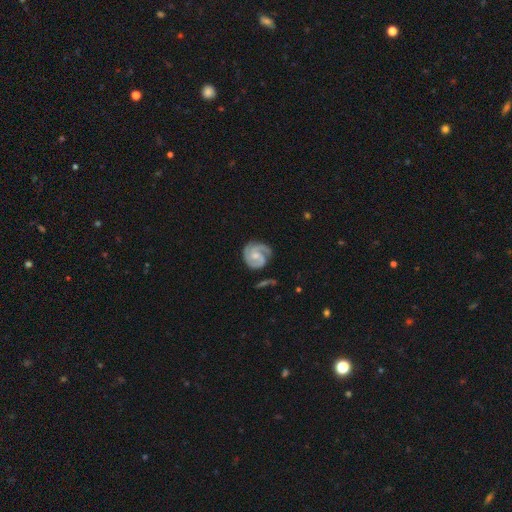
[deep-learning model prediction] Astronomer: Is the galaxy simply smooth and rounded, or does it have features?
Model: featured or disk — 89%.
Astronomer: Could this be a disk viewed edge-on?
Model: no — 98%.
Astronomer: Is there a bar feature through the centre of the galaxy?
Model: no — 61%.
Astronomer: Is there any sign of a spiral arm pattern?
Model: yes — 98%.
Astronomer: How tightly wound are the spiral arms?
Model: tight — 62%.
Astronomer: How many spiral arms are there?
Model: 2 — 57%.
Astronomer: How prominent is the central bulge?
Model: small — 48% (runner-up: moderate, 40%).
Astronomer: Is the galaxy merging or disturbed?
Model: none — 73%.